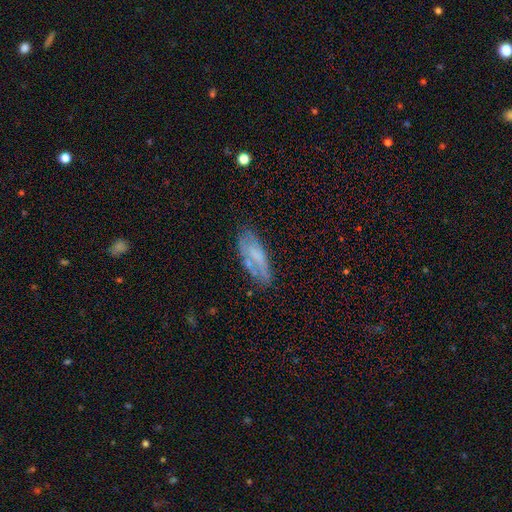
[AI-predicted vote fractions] Smooth or featured?
  - smooth: 50% *
  - featured or disk: 40%
  - star or artifact: 10%
Merging?
  - none: 59% *
  - minor disturbance: 26%
  - major disturbance: 11%
  - merger: 5%